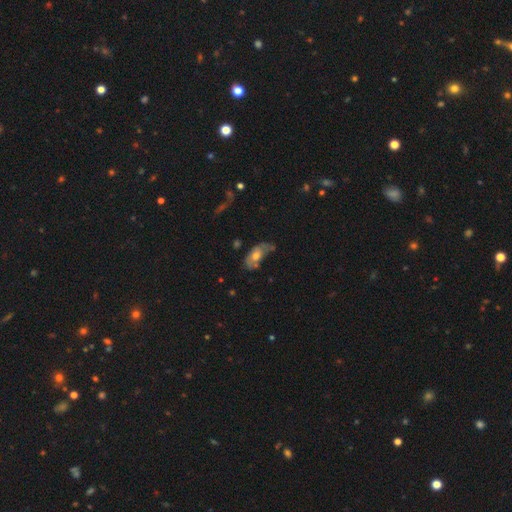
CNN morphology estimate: A smooth galaxy with no disk features (52%) that is in between round and cigar-shaped (88%). Merging: minor disturbance (35%).